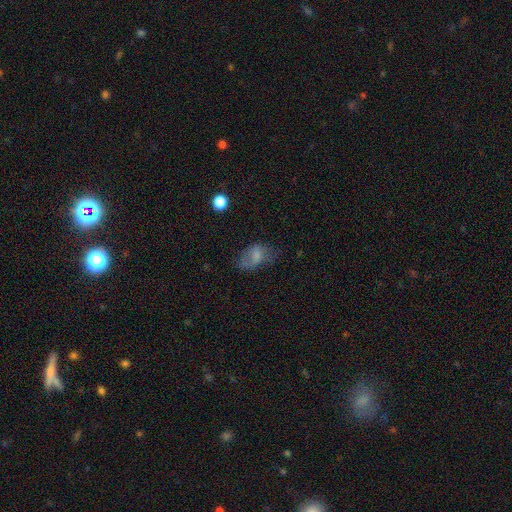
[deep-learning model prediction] A smooth galaxy with no disk features (61%) that is in between round and cigar-shaped (86%). Merging: none (42%).